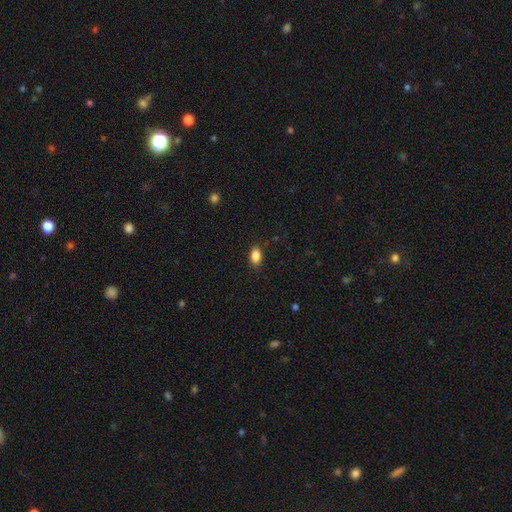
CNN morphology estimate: smooth-or-featured: smooth: 87% | star or artifact: 9% | featured or disk: 5%
  how-rounded: in between: 88% | round: 9% | cigar-shaped: 3%
  merging: none: 86% | minor disturbance: 10% | major disturbance: 2% | merger: 1%